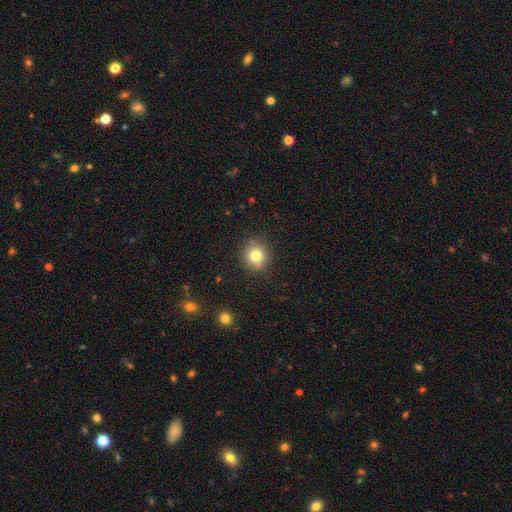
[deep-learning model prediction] Smooth or featured?
  - smooth: 79% *
  - star or artifact: 12%
  - featured or disk: 9%
How rounded?
  - round: 87% *
  - in between: 12%
  - cigar-shaped: 1%
Merging?
  - none: 88% *
  - minor disturbance: 8%
  - major disturbance: 2%
  - merger: 1%